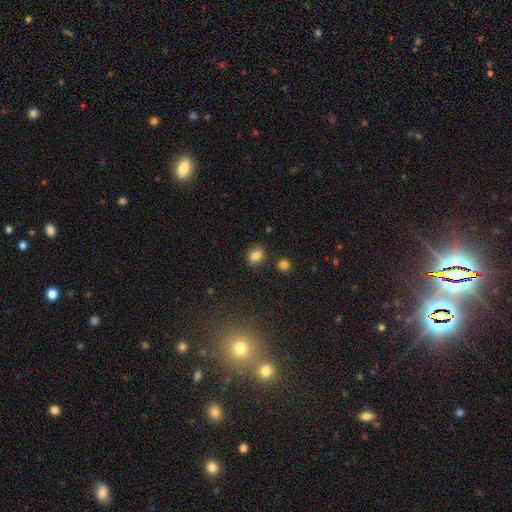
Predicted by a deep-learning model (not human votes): smooth_or_featured: smooth (p=0.82) [alt: star or artifact p=0.11]
how_rounded: in between (p=0.50) [alt: round p=0.49]
merging: none (p=0.81) [alt: minor disturbance p=0.11]